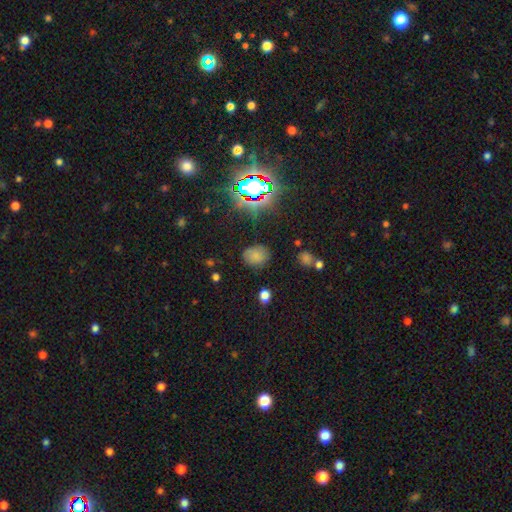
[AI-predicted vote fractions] A smooth galaxy with no disk features (70%) that is round (53%).

Vote fractions:
- Smooth or featured? smooth: 70% / star or artifact: 21% / featured or disk: 10%
- How rounded? round: 53% / in between: 46% / cigar-shaped: 1%
- Merging? none: 76% / minor disturbance: 16% / major disturbance: 5% / merger: 2%